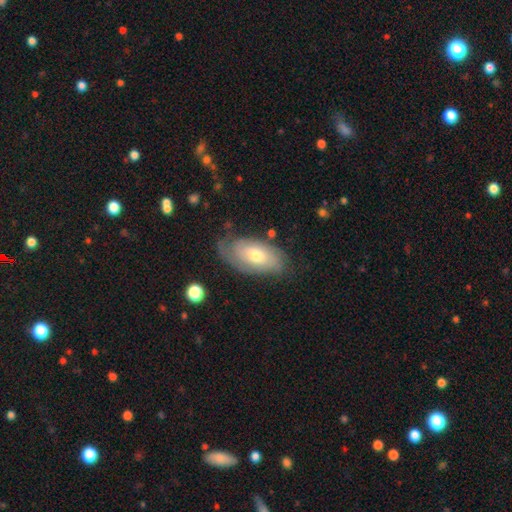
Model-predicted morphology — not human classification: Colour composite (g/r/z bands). It shows a featured or disk galaxy (52%). Merging: none (63%).